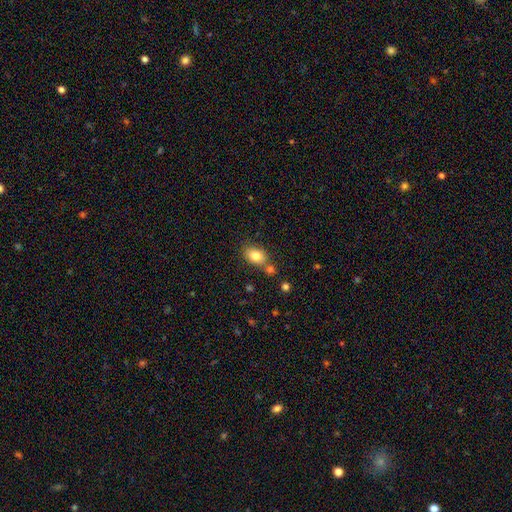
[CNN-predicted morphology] This appears to be a smooth galaxy with no disk features (81%) that is in between round and cigar-shaped (80%). Merging: none (64%).